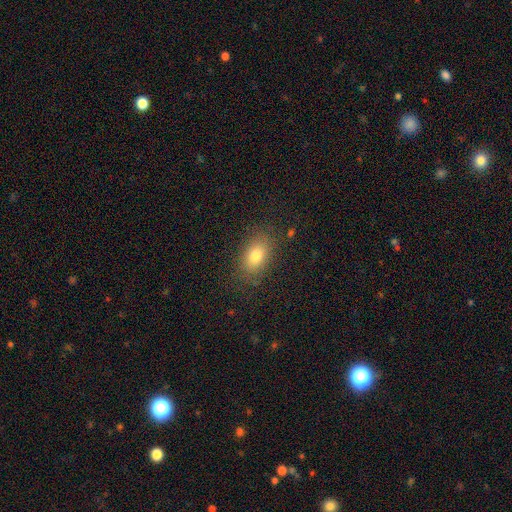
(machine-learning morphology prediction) A smooth galaxy with no disk features (79%) that is in between round and cigar-shaped (86%). Merging: none (83%).